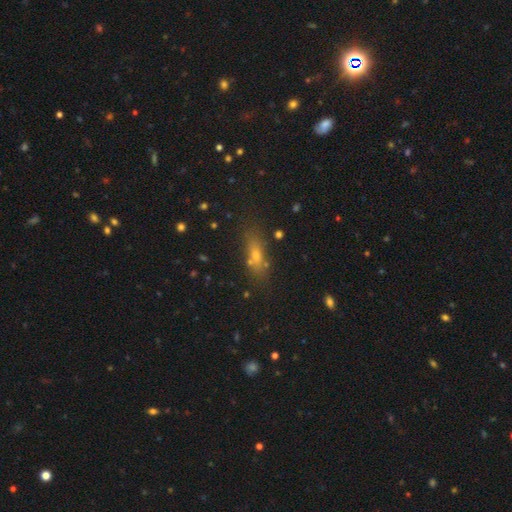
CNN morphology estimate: A smooth galaxy with no disk features (59%) that is in between round and cigar-shaped (52%). Merging: none (70%).